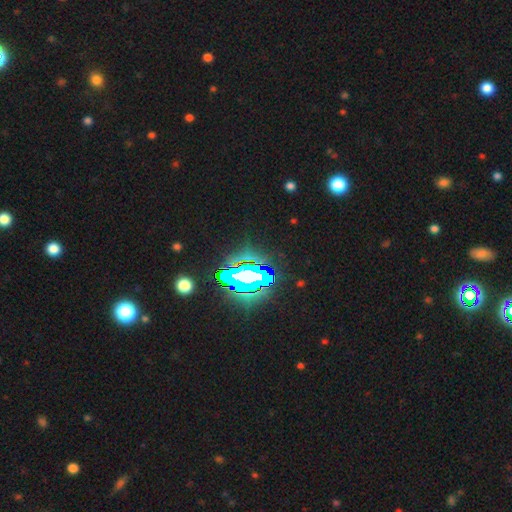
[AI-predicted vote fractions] Smooth or featured?
  - star or artifact: 83% *
  - smooth: 10%
  - featured or disk: 7%